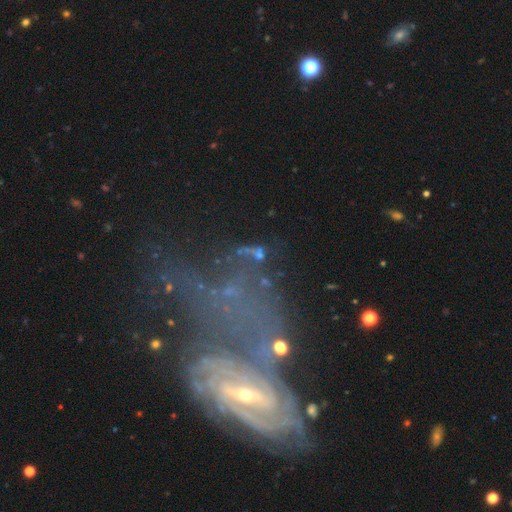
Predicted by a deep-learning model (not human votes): Overall: featured or disk (41%; star or artifact 38%). Merging: none (43%; major disturbance 25%).